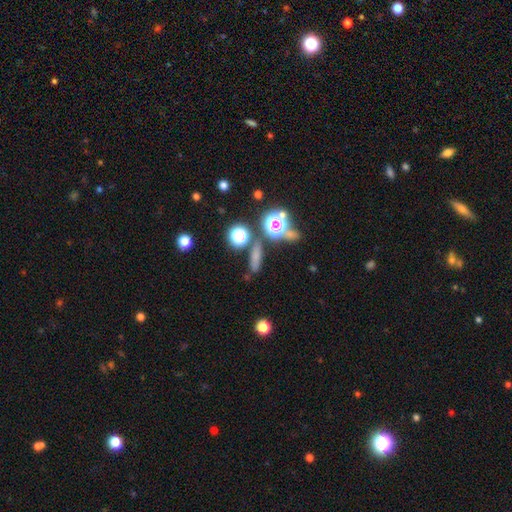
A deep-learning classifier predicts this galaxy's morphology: This is likely a smooth galaxy (60%). How rounded: possibly cigar-shaped (54%). Merging: likely none (75%).